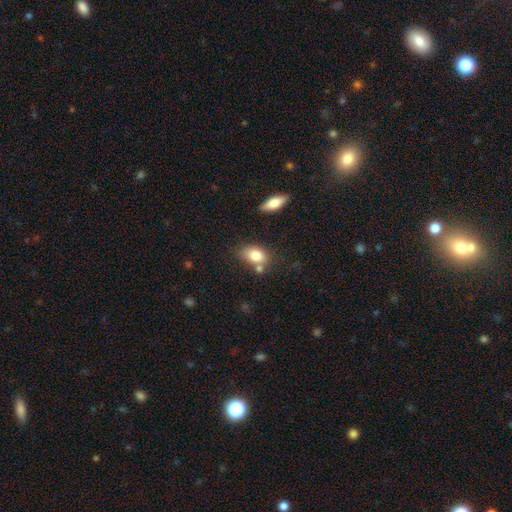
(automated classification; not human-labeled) Smooth or featured: smooth — 80% (featured or disk — 12%)
How rounded: in between — 84% (round — 13%)
Merging: none — 57% (merger — 20%)